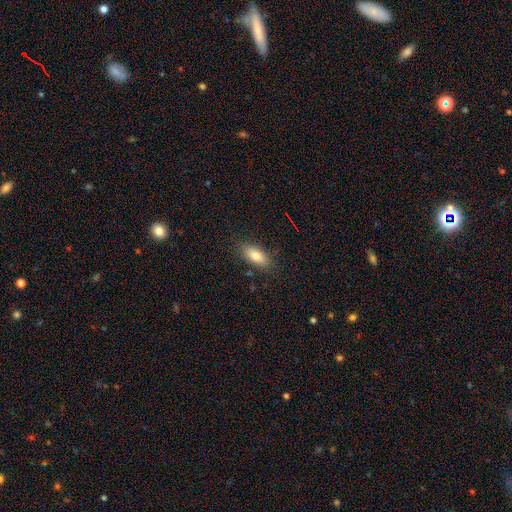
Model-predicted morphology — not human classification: smooth_or_featured: smooth (p=0.80) [alt: featured or disk p=0.12]
how_rounded: in between (p=0.84) [alt: cigar-shaped p=0.12]
merging: none (p=0.84) [alt: minor disturbance p=0.12]